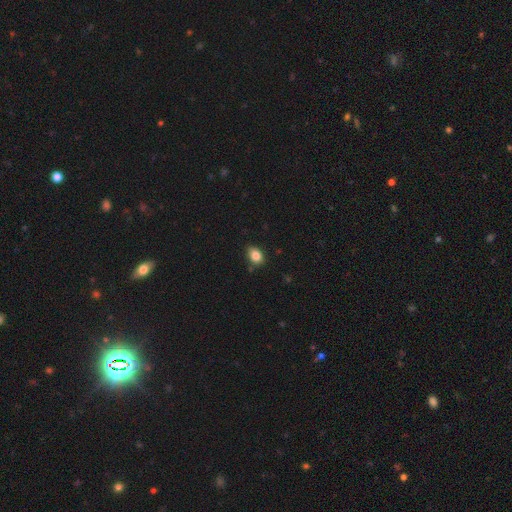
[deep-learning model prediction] This is clearly a smooth galaxy (85%). How rounded: likely in between (77%). Merging: clearly none (81%).